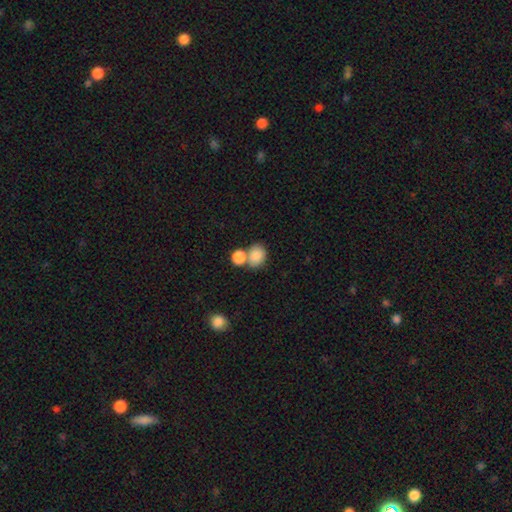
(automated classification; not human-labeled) Smooth or featured: smooth — 84% (star or artifact — 8%)
How rounded: in between — 54% (round — 45%)
Merging: merger — 43% (none — 42%)